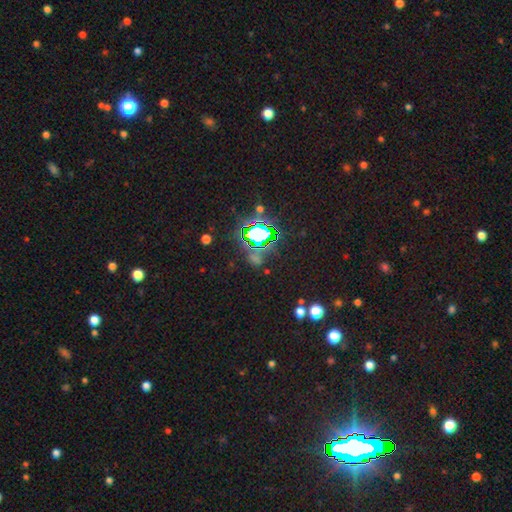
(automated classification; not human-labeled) Smooth or featured?
  - star or artifact: 69% *
  - smooth: 22%
  - featured or disk: 9%